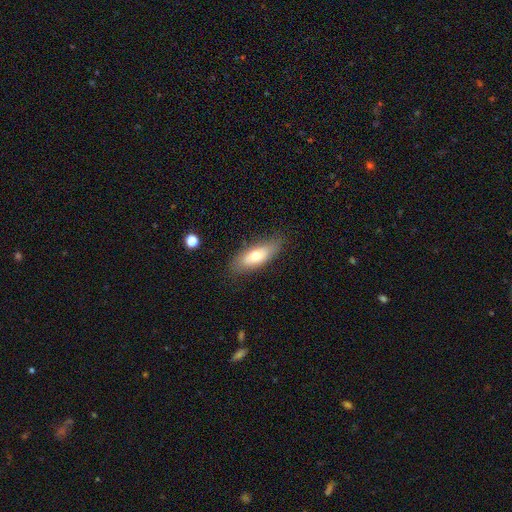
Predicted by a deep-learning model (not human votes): Smooth or featured? Predicted: smooth (p=0.65). How rounded? Predicted: in between (p=0.69). Merging? Predicted: none (p=0.80).